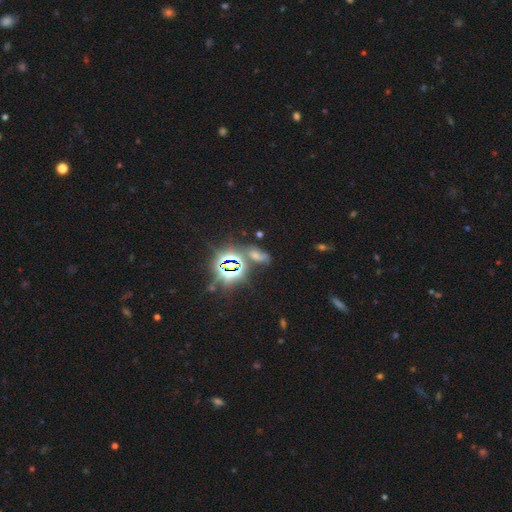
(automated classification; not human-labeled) smooth_or_featured: star or artifact (p=0.67) [alt: smooth p=0.20]